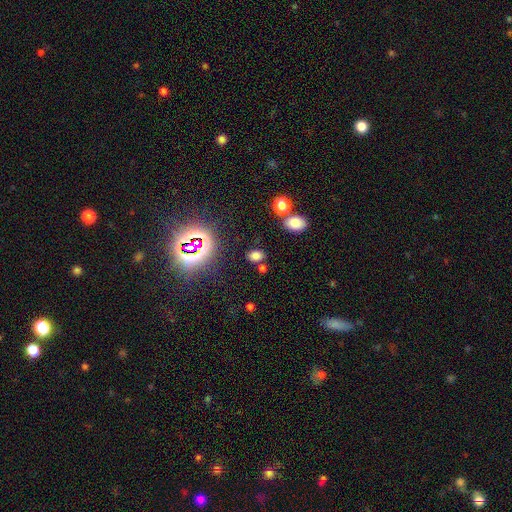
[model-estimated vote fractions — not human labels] Q: Smooth or featured?
A: smooth (70%); runner-up: star or artifact (22%)
Q: How rounded?
A: in between (75%); runner-up: round (23%)
Q: Merging?
A: none (76%); runner-up: minor disturbance (11%)